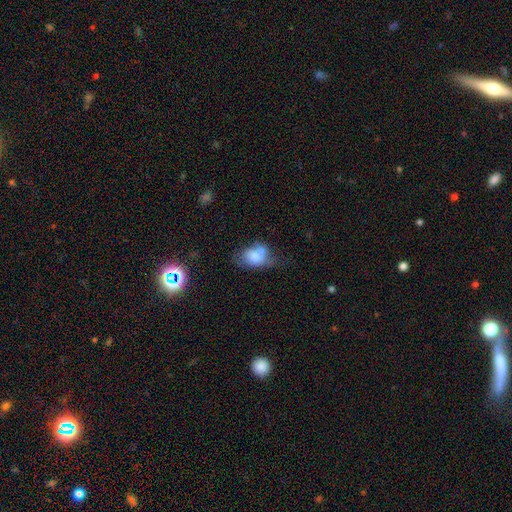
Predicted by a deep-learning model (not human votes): Smooth or featured? smooth (71%)
How rounded? in between (77%)
Merging? minor disturbance (32%)